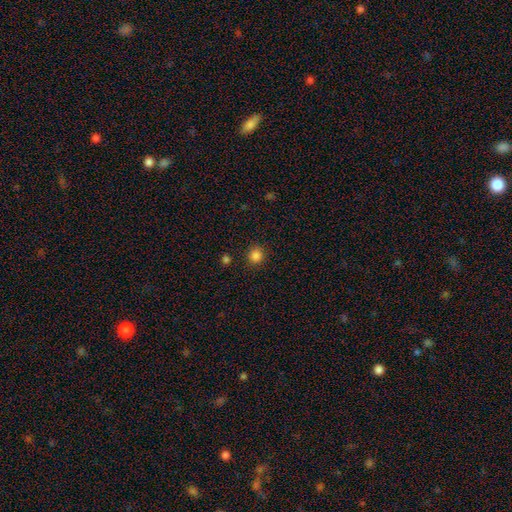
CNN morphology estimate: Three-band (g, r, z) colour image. It shows a smooth galaxy with no disk features (84%) that is round (91%). Merging: none (90%).